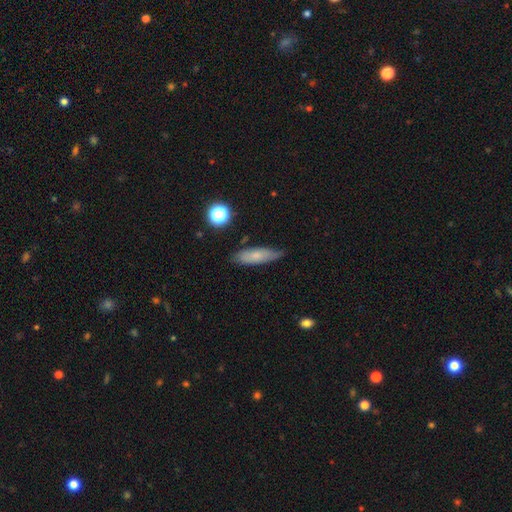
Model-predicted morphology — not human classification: A smooth galaxy with no disk features (69%) that is cigar-shaped (51%).

Vote fractions:
- Smooth or featured? smooth: 69% / featured or disk: 22% / star or artifact: 9%
- How rounded? cigar-shaped: 51% / in between: 45% / round: 3%
- Merging? none: 74% / minor disturbance: 20% / major disturbance: 4% / merger: 2%